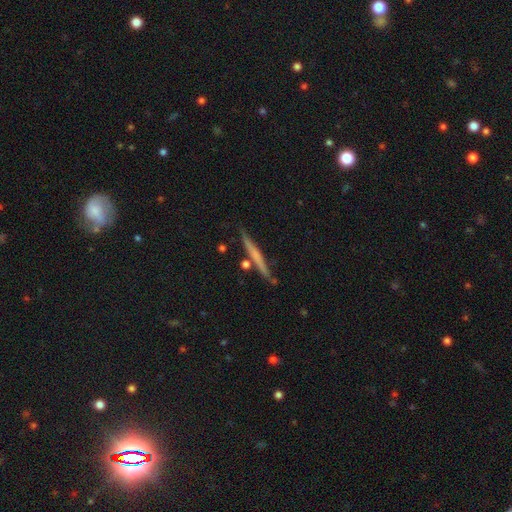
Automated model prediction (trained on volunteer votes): This appears to be a featured or disk galaxy (49%). Merging: none (83%).